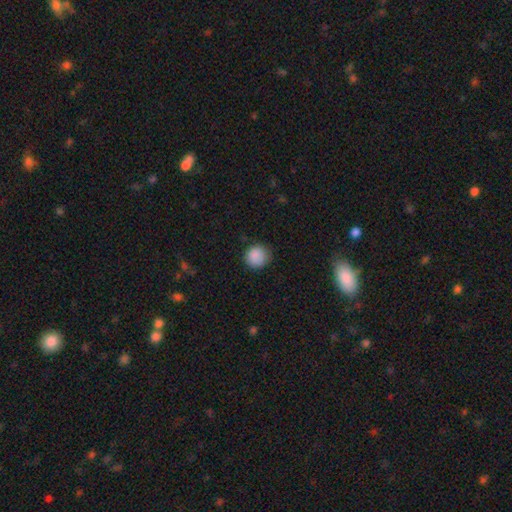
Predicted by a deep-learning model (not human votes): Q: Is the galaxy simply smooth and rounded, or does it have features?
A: smooth — 88%.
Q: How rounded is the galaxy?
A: round — 91%.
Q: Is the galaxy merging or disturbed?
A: none — 82%.